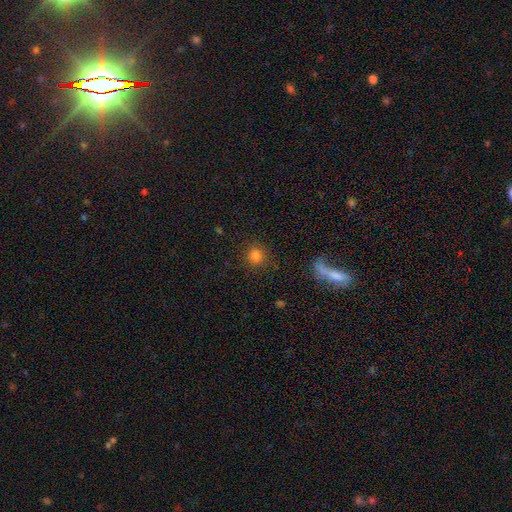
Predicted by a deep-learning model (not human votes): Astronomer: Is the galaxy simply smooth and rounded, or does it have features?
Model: smooth — 81%.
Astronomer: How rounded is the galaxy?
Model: round — 88%.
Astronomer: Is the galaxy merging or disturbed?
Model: none — 87%.